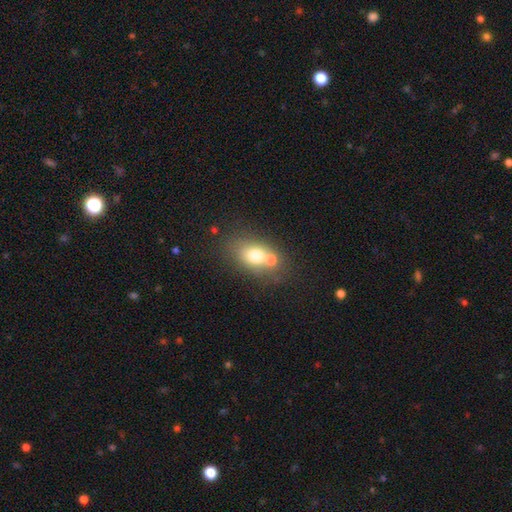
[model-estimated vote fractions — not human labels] Overall: smooth (69%). How rounded: in between (66%; round 32%). Merging: none (43%, tied with merger).